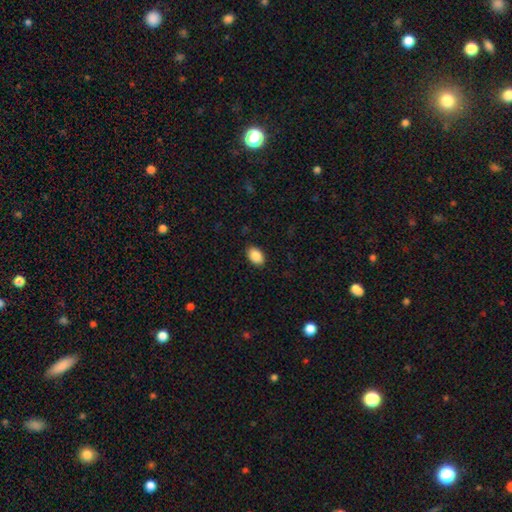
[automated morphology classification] type=smooth (88%); roundness=in between (88%); merging=none (89%).